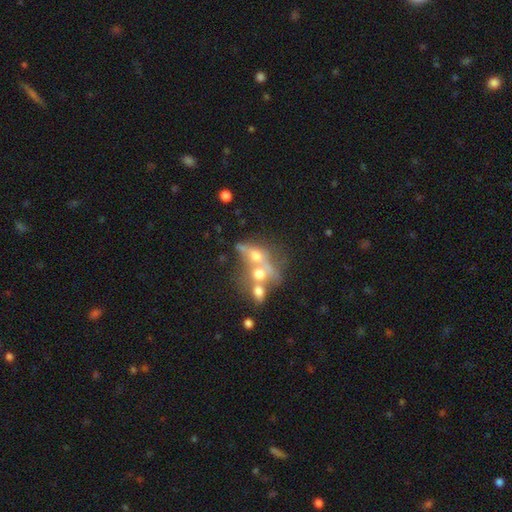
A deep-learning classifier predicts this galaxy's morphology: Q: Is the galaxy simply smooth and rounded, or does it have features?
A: smooth — 46%.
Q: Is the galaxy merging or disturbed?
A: merger — 63%.